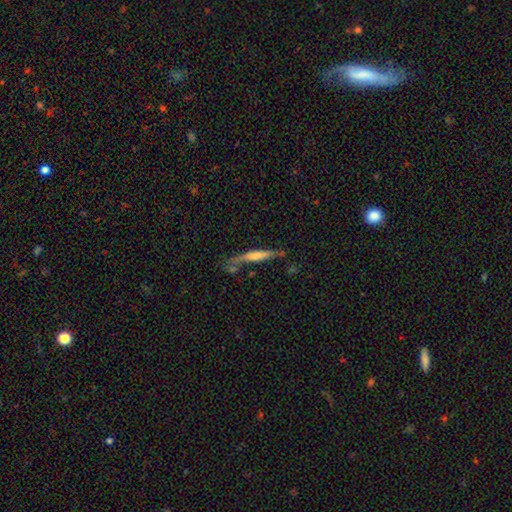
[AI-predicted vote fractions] smooth_or_featured: smooth (p=0.55) [alt: featured or disk p=0.38]
how_rounded: cigar-shaped (p=0.90) [alt: in between p=0.08]
merging: none (p=0.56) [alt: minor disturbance p=0.22]